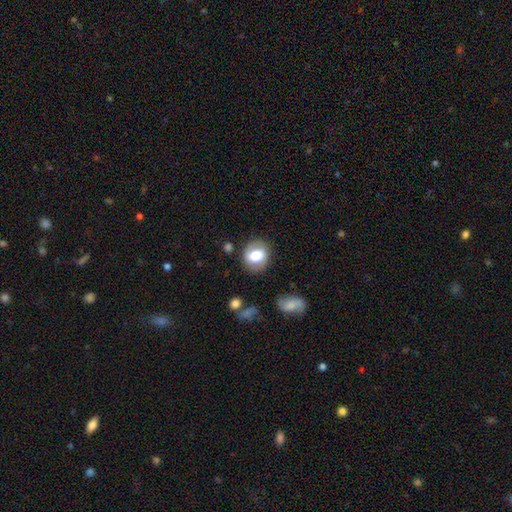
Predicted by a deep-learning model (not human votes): This appears to be a smooth galaxy with no disk features (61%) that is round (60%). Merging: none (80%).